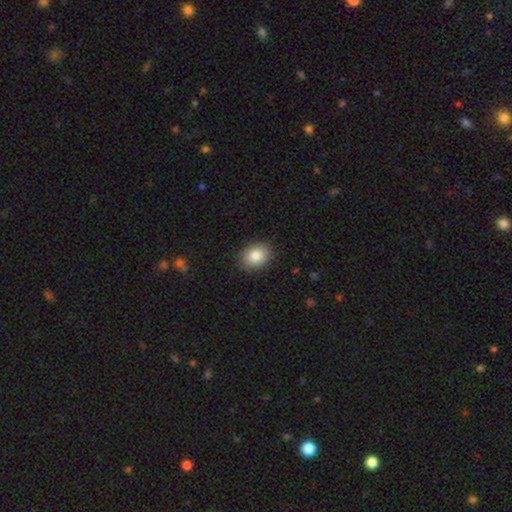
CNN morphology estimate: This is clearly a smooth galaxy (85%). How rounded: likely in between (60%). Merging: clearly none (89%).